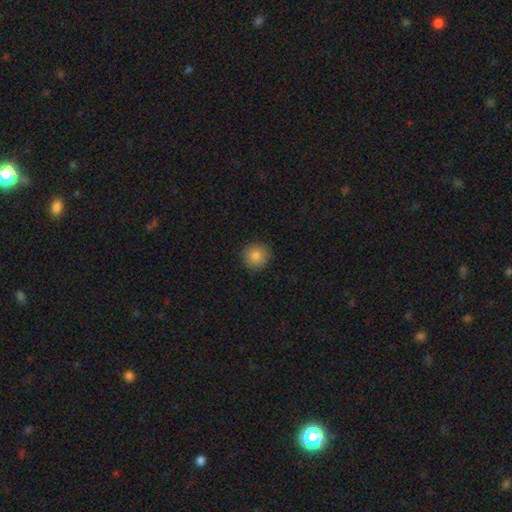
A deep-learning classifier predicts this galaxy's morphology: Overall: smooth (85%). How rounded: round (93%). Merging: none (90%).